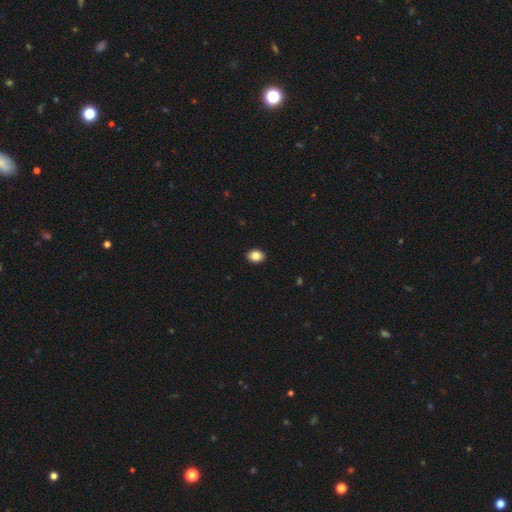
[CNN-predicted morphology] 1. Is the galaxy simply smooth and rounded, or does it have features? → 85% smooth, 9% star or artifact, 6% featured or disk.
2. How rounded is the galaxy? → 65% in between, 34% round, 1% cigar-shaped.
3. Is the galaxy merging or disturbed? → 92% none, 6% minor disturbance, 2% major disturbance, 1% merger.